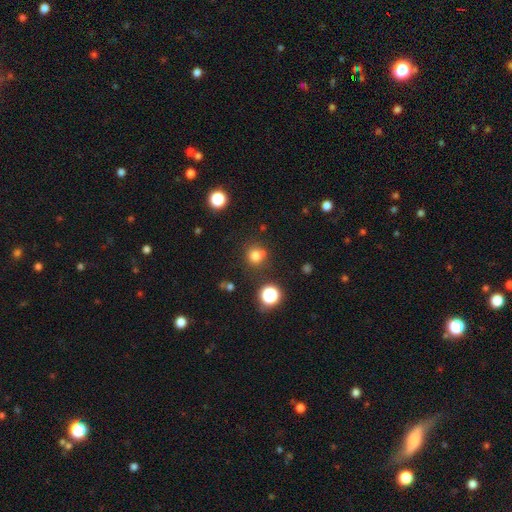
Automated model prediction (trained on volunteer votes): Smooth or featured? smooth (75%)
How rounded? round (89%)
Merging? none (70%)